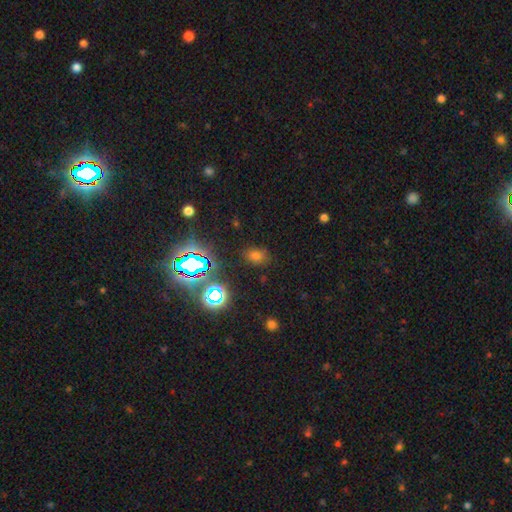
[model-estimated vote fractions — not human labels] This appears to be a smooth galaxy with no disk features (59%) that is in between round and cigar-shaped (62%). Merging: none (83%).